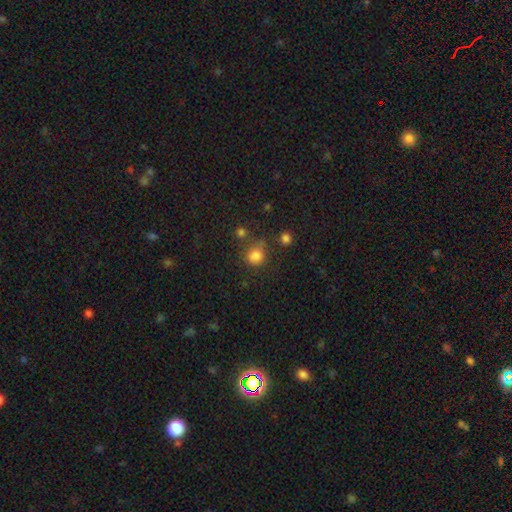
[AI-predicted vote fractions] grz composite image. It shows a smooth galaxy with no disk features (80%) that is round (78%). Merging: none (65%).